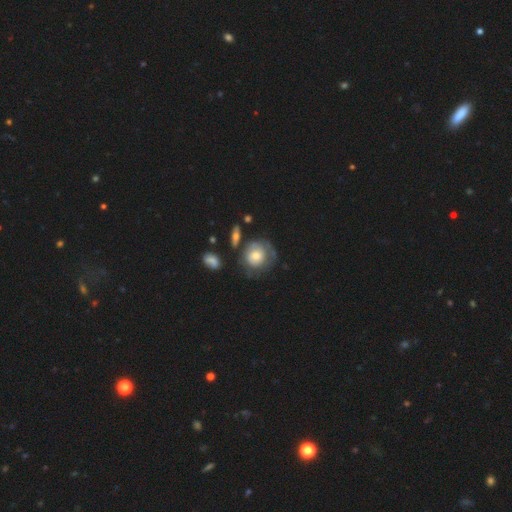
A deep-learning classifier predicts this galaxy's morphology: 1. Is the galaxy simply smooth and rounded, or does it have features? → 57% smooth, 36% featured or disk, 8% star or artifact.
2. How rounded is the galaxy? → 83% round, 16% in between, 1% cigar-shaped.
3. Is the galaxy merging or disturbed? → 56% none, 23% minor disturbance, 14% major disturbance, 7% merger.